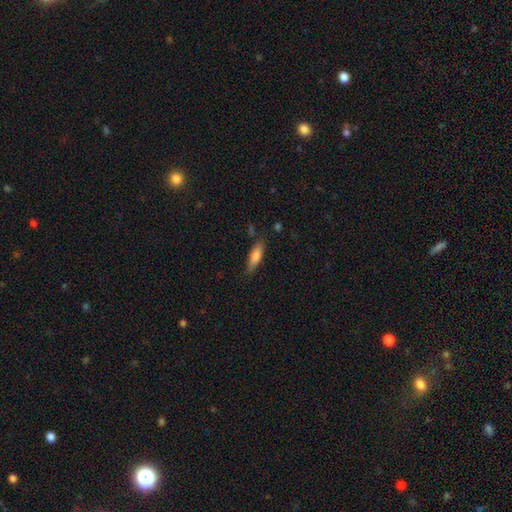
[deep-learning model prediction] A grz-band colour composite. It shows a smooth galaxy with no disk features (74%) that is cigar-shaped (54%). Merging: none (78%).